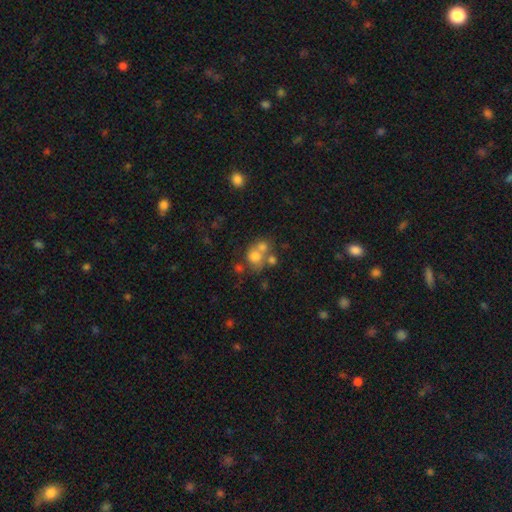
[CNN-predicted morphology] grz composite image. It shows a smooth galaxy with no disk features (64%) that is round (72%). Merging: merger (50%).